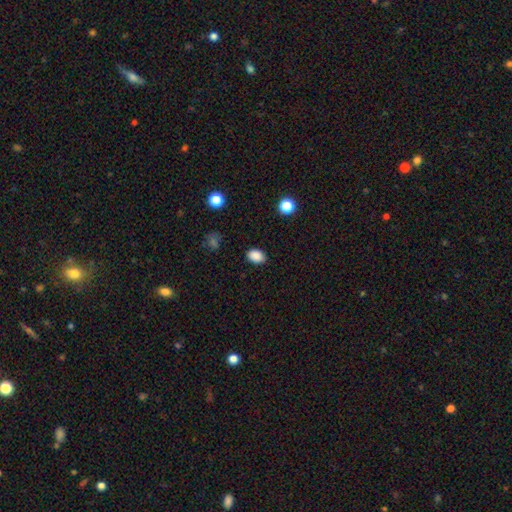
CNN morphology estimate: Smooth or featured?
  - smooth: 87% *
  - star or artifact: 9%
  - featured or disk: 3%
How rounded?
  - in between: 79% *
  - round: 20%
  - cigar-shaped: 1%
Merging?
  - none: 86% *
  - minor disturbance: 10%
  - major disturbance: 3%
  - merger: 1%